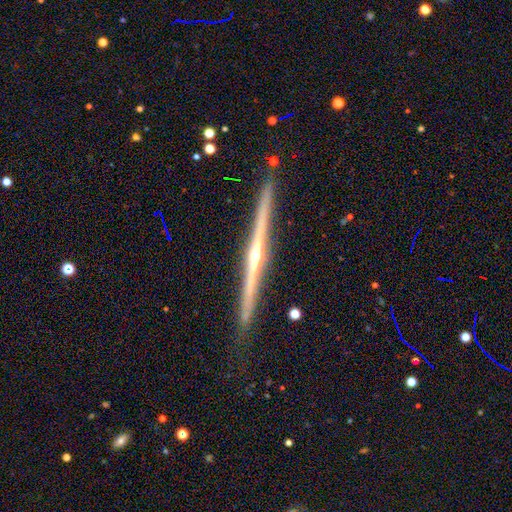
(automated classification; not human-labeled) This is clearly a featured or disk galaxy (86%). It is clearly viewed edge-on (98%). Edge-on bulge: likely rounded (78%). Merging: clearly none (89%).